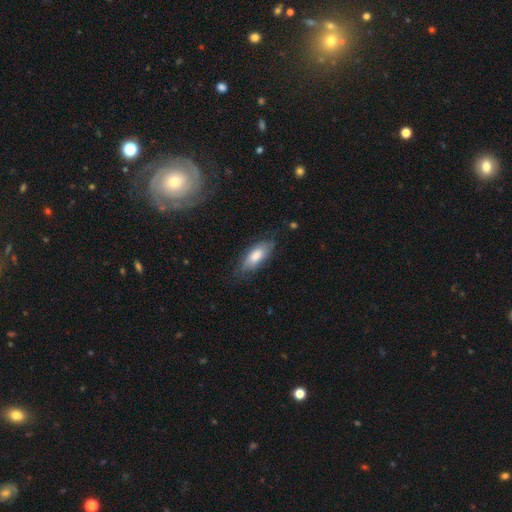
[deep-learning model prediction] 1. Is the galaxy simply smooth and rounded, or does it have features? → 68% smooth, 26% featured or disk, 7% star or artifact.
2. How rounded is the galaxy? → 77% in between, 20% cigar-shaped, 2% round.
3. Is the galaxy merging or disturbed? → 69% none, 23% minor disturbance, 7% major disturbance, 1% merger.